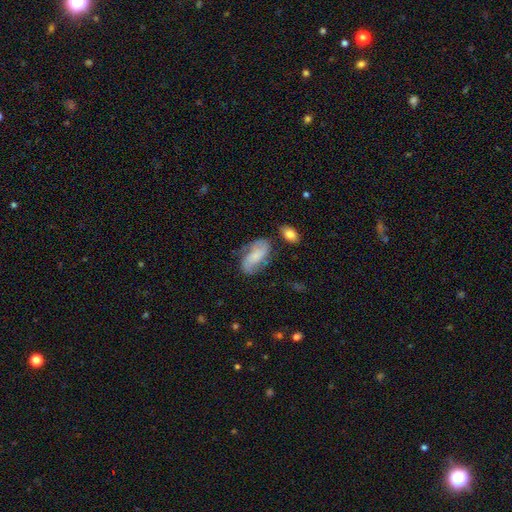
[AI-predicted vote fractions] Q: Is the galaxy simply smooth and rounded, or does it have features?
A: featured or disk — 60%.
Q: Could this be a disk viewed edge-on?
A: no — 96%.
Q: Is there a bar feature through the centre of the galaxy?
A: no — 54%.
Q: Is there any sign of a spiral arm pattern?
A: yes — 90%.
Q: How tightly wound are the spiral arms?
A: medium — 43%.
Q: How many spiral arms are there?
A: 2 — 84%.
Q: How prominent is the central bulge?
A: small — 52%.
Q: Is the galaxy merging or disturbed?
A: none — 63%.